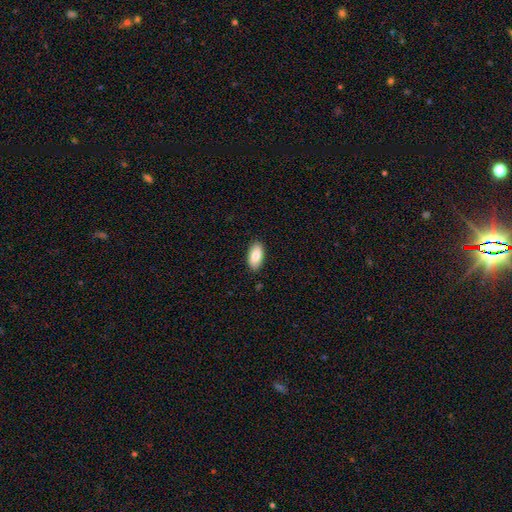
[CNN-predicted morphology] This appears to be a smooth galaxy with no disk features (85%) that is in between round and cigar-shaped (93%). Merging: none (87%).